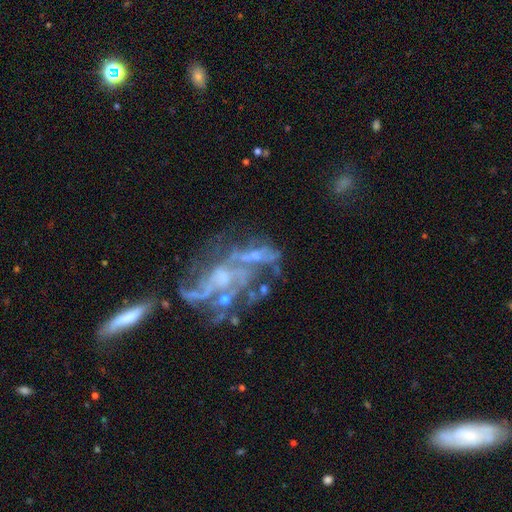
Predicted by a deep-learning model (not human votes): Q: Smooth or featured?
A: featured or disk (74%); runner-up: star or artifact (15%)
Q: Edge-on disk?
A: no (97%); runner-up: yes (3%)
Q: Bar?
A: no (71%); runner-up: weak (21%)
Q: Spiral arms?
A: yes (65%); runner-up: no (35%)
Q: Bulge size?
A: small (35%); runner-up: none (33%)
Q: Merging?
A: major disturbance (34%); runner-up: none (30%)